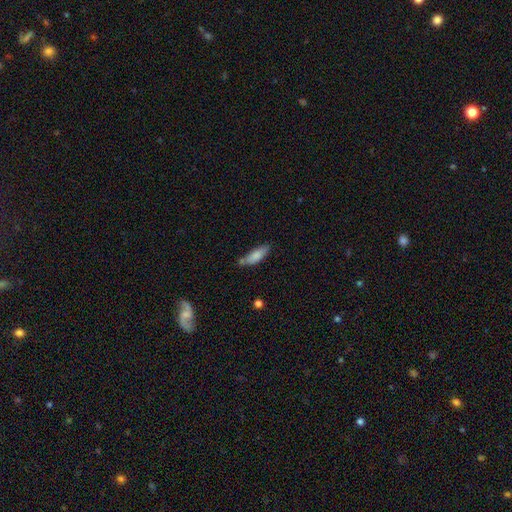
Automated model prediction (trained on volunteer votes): smooth 80%, featured or disk 13%, star or artifact 7%. Down the decision tree: how rounded — in between (50%); merging — none (57%).